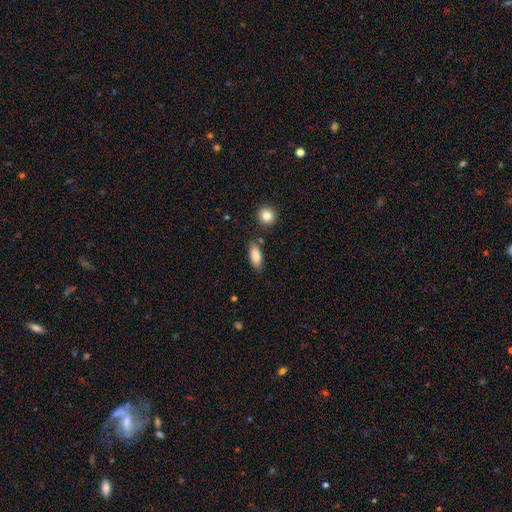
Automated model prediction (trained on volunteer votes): smooth 85%, featured or disk 8%, star or artifact 7%. Down the decision tree: how rounded — in between (81%); merging — none (79%).